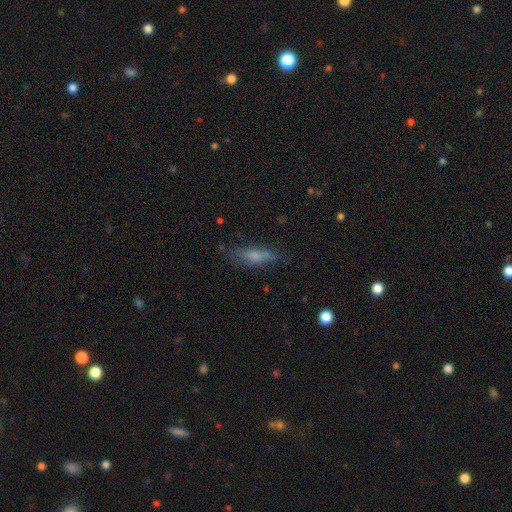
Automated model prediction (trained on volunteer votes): Q: Smooth or featured?
A: smooth (59%); runner-up: featured or disk (30%)
Q: How rounded?
A: cigar-shaped (53%); runner-up: in between (45%)
Q: Merging?
A: none (63%); runner-up: minor disturbance (23%)